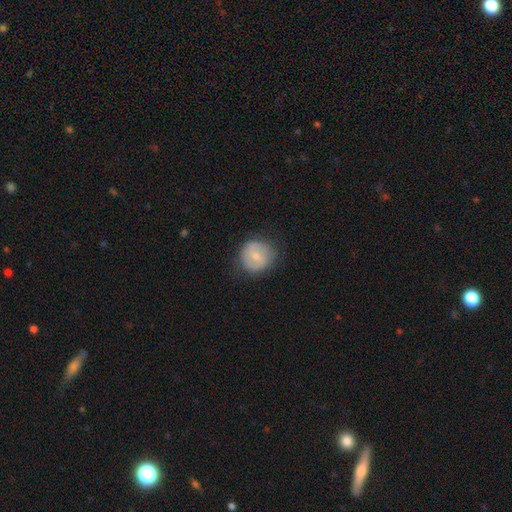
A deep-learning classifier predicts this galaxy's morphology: smooth-or-featured: smooth: 59% | featured or disk: 34% | star or artifact: 7%
  how-rounded: round: 89% | in between: 10% | cigar-shaped: 1%
  merging: none: 77% | minor disturbance: 17% | major disturbance: 5% | merger: 1%